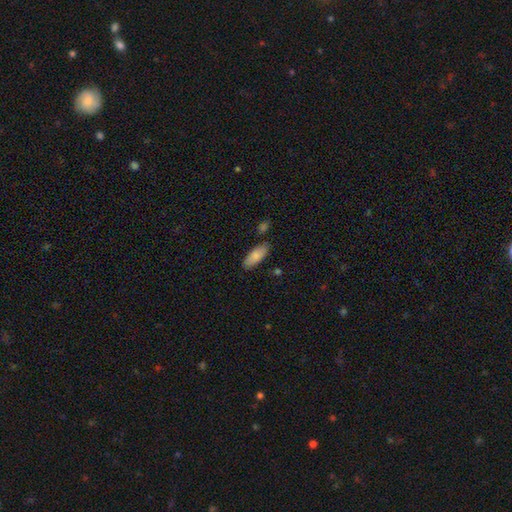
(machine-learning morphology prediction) Smooth or featured?
  - smooth: 82% *
  - featured or disk: 12%
  - star or artifact: 6%
How rounded?
  - in between: 75% *
  - cigar-shaped: 23%
  - round: 2%
Merging?
  - none: 80% *
  - minor disturbance: 14%
  - merger: 4%
  - major disturbance: 3%